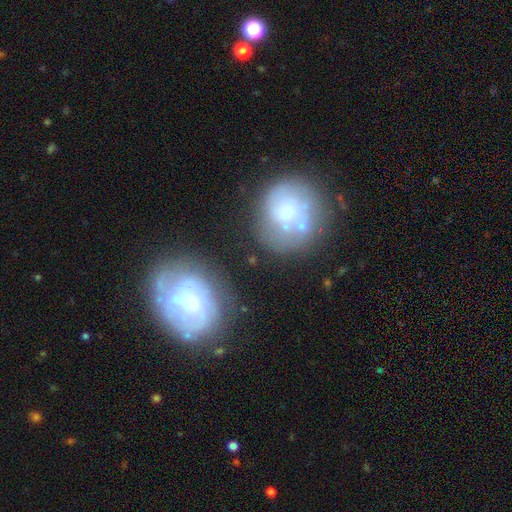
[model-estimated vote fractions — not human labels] This appears to be a featured or disk galaxy (55%) with no bar (49%), spiral arms (83%) and a moderate central bulge (46%). Merging: none (67%).